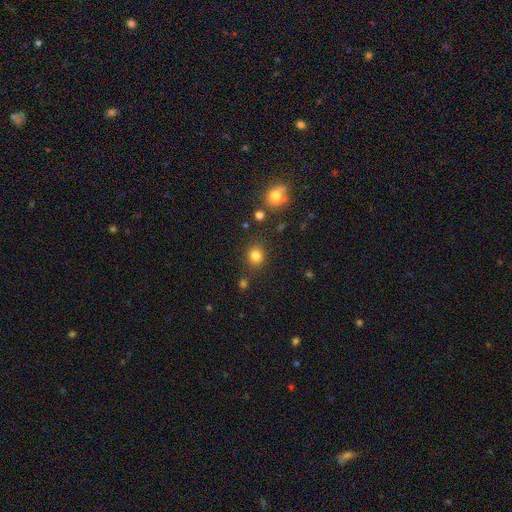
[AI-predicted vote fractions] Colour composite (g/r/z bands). It shows a smooth galaxy with no disk features (82%) that is round (85%). Merging: none (84%).